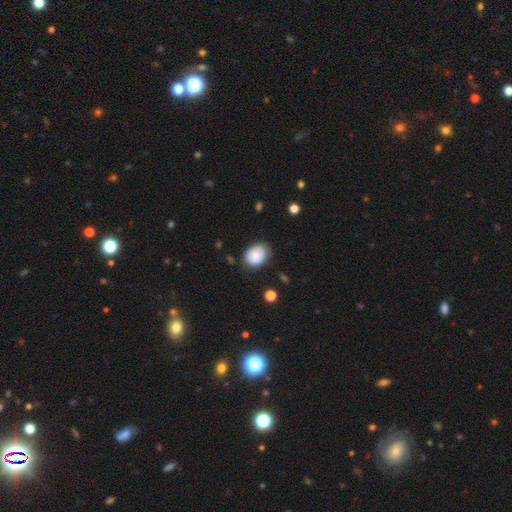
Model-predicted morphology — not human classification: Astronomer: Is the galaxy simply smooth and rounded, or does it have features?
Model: smooth — 82%.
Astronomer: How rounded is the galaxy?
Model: in between — 64%.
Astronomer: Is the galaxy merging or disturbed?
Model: none — 73%.